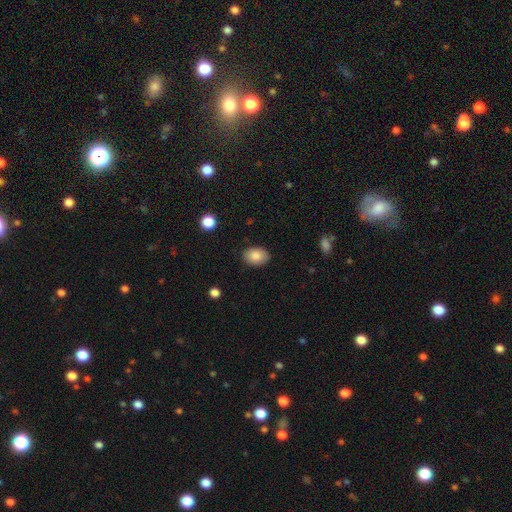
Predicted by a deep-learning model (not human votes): Smooth or featured? smooth (85%)
How rounded? in between (76%)
Merging? none (86%)